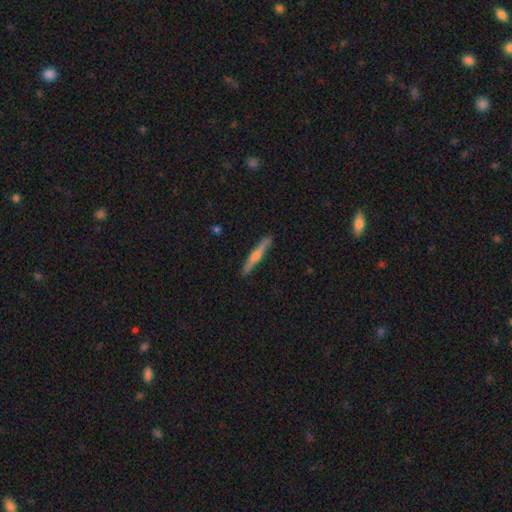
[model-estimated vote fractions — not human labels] This is likely a featured or disk galaxy (65%). It is clearly viewed edge-on (97%). Edge-on bulge: clearly rounded (85%). Merging: clearly none (90%).